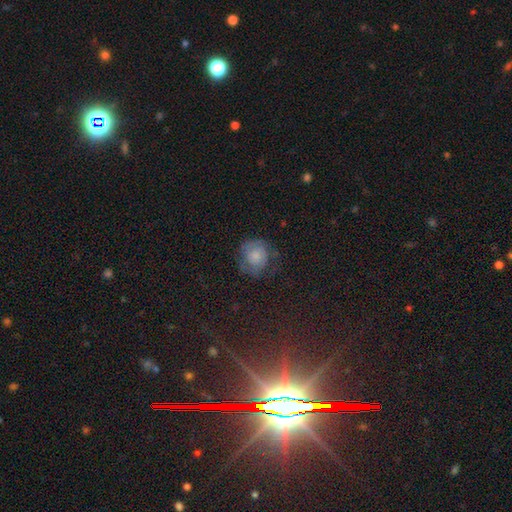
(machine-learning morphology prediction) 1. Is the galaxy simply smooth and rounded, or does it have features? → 51% smooth, 37% featured or disk, 11% star or artifact.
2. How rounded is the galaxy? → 83% round, 16% in between, 1% cigar-shaped.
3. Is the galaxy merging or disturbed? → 57% none, 24% minor disturbance, 18% major disturbance, 2% merger.